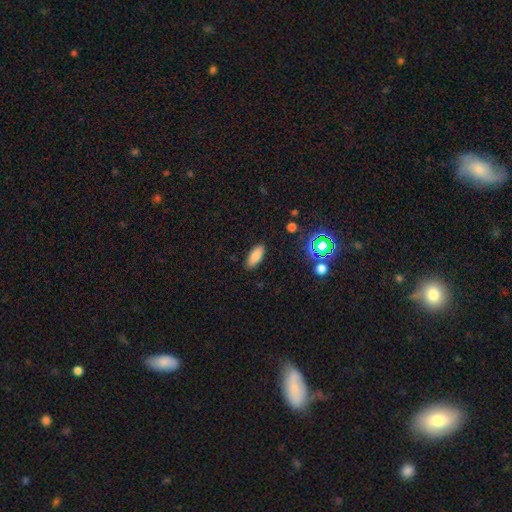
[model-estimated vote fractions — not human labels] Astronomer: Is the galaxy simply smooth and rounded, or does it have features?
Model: smooth — 82%.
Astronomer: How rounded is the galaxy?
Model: in between — 83%.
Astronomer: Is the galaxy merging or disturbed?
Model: none — 88%.